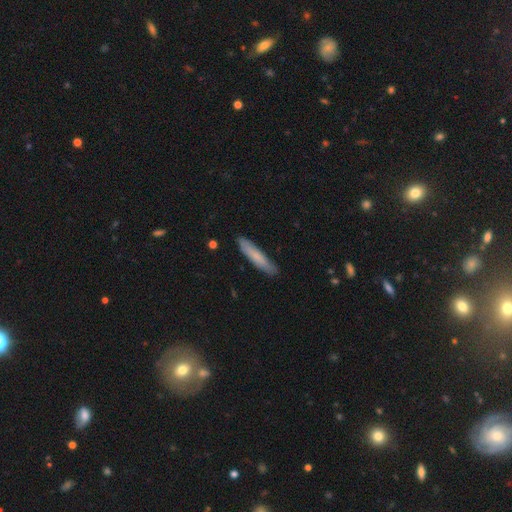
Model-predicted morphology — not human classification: Smooth or featured? smooth (74%)
How rounded? cigar-shaped (88%)
Merging? none (86%)